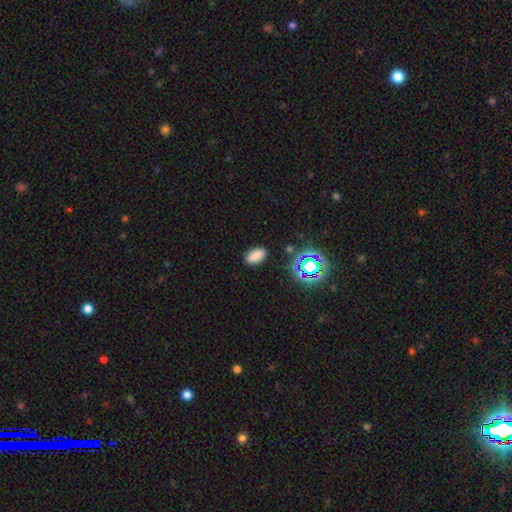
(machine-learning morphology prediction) A smooth galaxy with no disk features (77%) that is in between round and cigar-shaped (91%). Merging: none (86%).